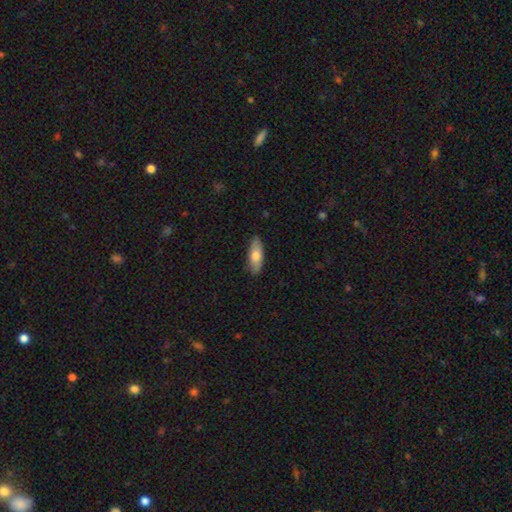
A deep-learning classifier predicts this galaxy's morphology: Q: Smooth or featured?
A: smooth (71%); runner-up: featured or disk (23%)
Q: How rounded?
A: in between (71%); runner-up: cigar-shaped (26%)
Q: Merging?
A: none (85%); runner-up: minor disturbance (12%)